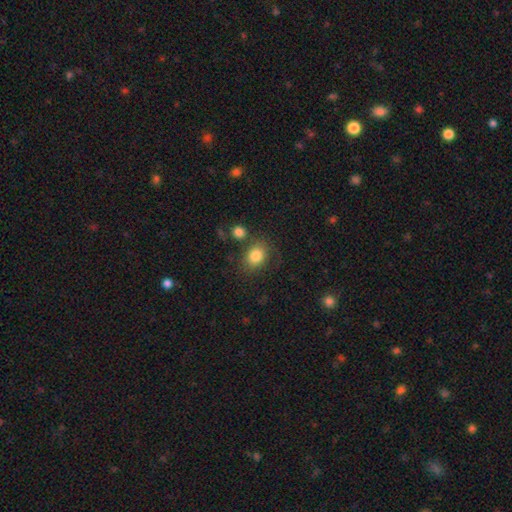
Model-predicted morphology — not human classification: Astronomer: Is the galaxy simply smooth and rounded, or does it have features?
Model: smooth — 83%.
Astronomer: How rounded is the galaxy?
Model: round — 50% (runner-up: in between, 49%).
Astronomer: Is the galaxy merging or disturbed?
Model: none — 69%.